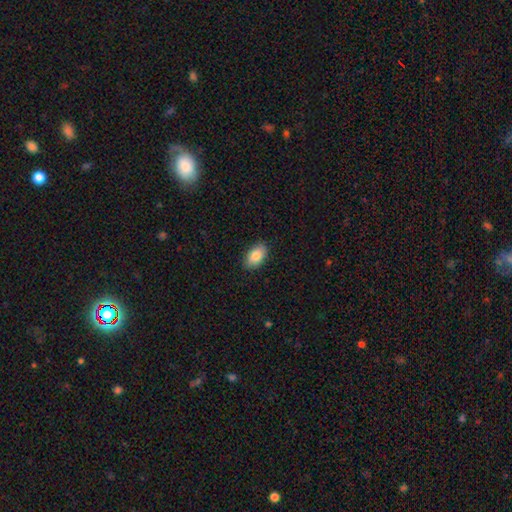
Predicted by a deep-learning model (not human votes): smooth-or-featured: smooth: 86% | featured or disk: 7% | star or artifact: 7%
  how-rounded: in between: 93% | round: 5% | cigar-shaped: 2%
  merging: none: 88% | minor disturbance: 9% | major disturbance: 2% | merger: 1%